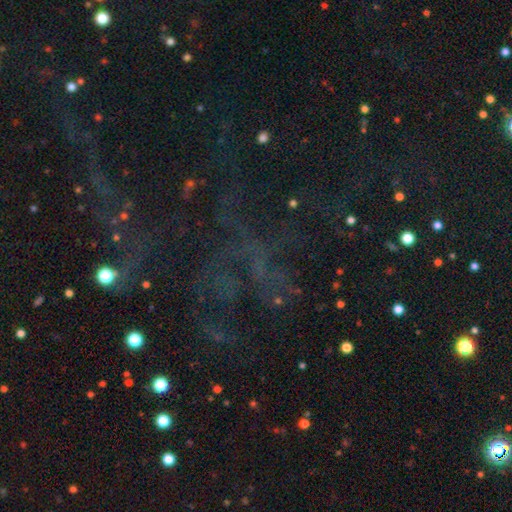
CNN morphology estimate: type=star or artifact (64%).